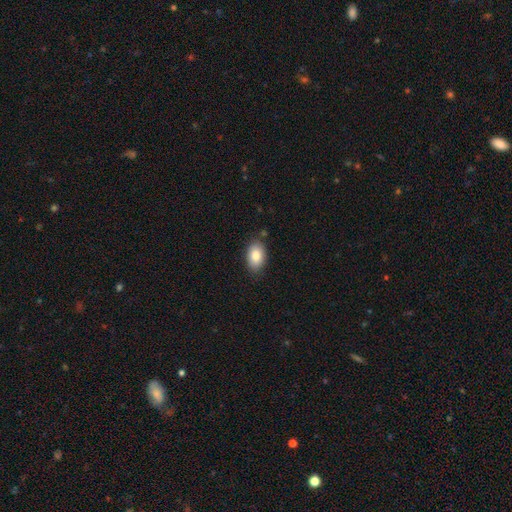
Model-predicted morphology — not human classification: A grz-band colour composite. It shows a smooth galaxy with no disk features (84%) that is in between round and cigar-shaped (90%). Merging: none (84%).